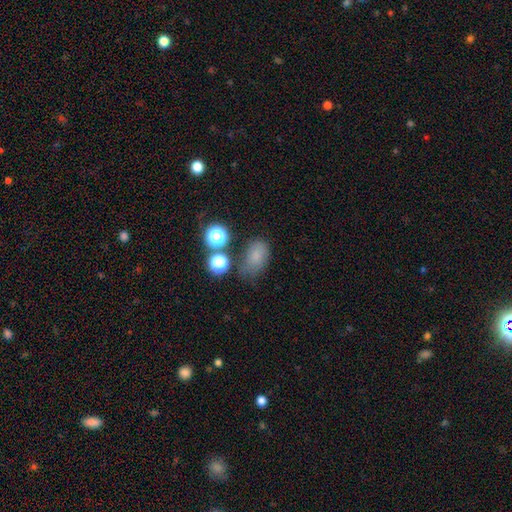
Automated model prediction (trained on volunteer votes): smooth_or_featured: smooth (p=0.73) [alt: star or artifact p=0.17]
how_rounded: in between (p=0.79) [alt: round p=0.19]
merging: none (p=0.54) [alt: minor disturbance p=0.25]